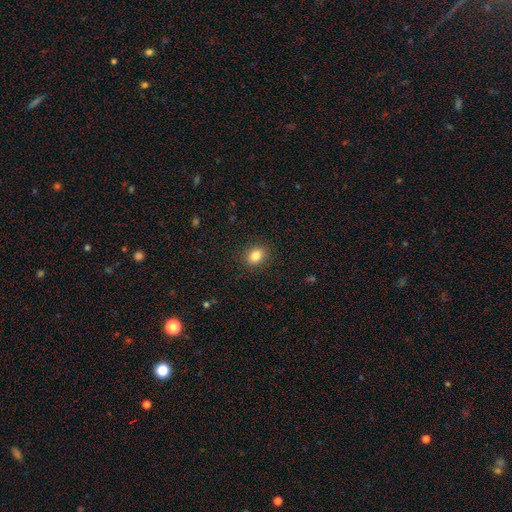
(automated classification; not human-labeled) Smooth or featured? smooth (85%)
How rounded? in between (60%)
Merging? none (89%)